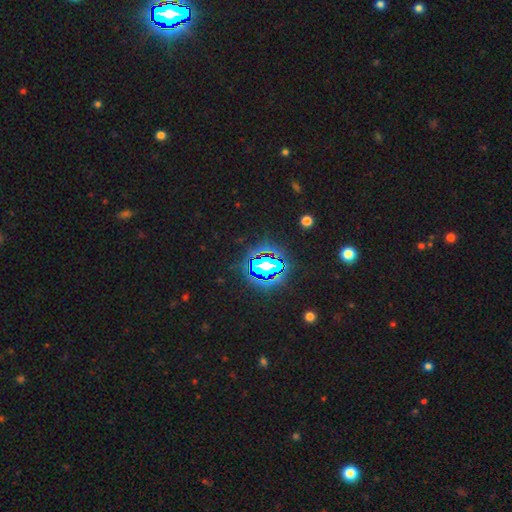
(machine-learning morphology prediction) Smooth or featured? Predicted: star or artifact (p=0.77).